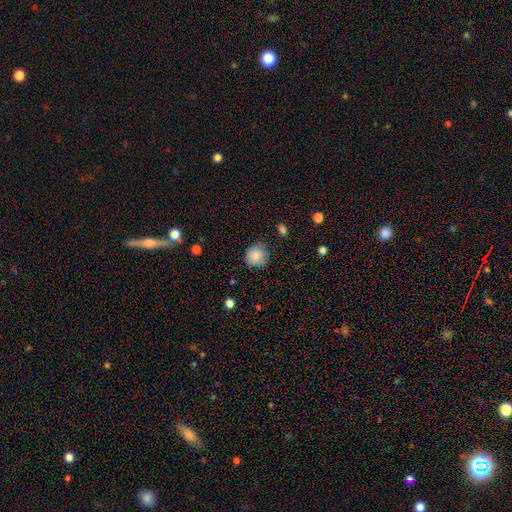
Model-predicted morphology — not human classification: Smooth or featured?
  - smooth: 86% *
  - star or artifact: 9%
  - featured or disk: 6%
How rounded?
  - round: 87% *
  - in between: 12%
  - cigar-shaped: 1%
Merging?
  - none: 81% *
  - minor disturbance: 14%
  - major disturbance: 3%
  - merger: 1%